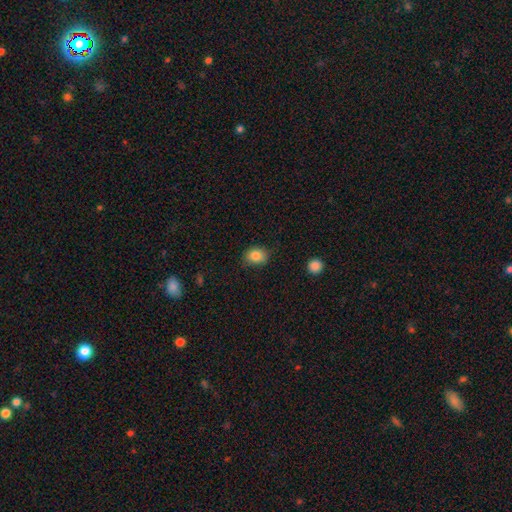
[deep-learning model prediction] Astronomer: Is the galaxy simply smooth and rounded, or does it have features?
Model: smooth — 84%.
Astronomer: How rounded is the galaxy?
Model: in between — 50% (runner-up: round, 49%).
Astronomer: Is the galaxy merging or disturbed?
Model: none — 78%.